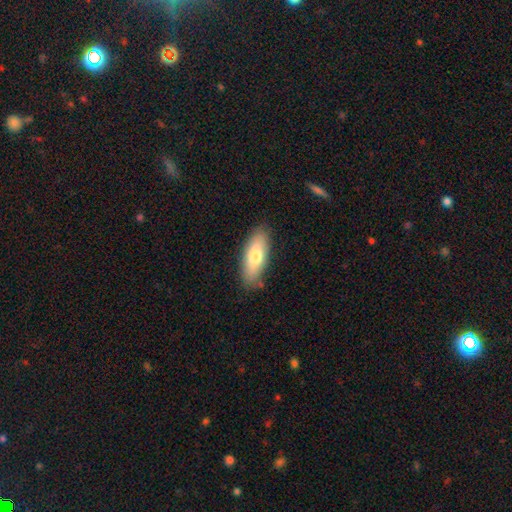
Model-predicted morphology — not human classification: Smooth or featured? Predicted: smooth (p=0.73). How rounded? Predicted: in between (p=0.74). Merging? Predicted: none (p=0.83).